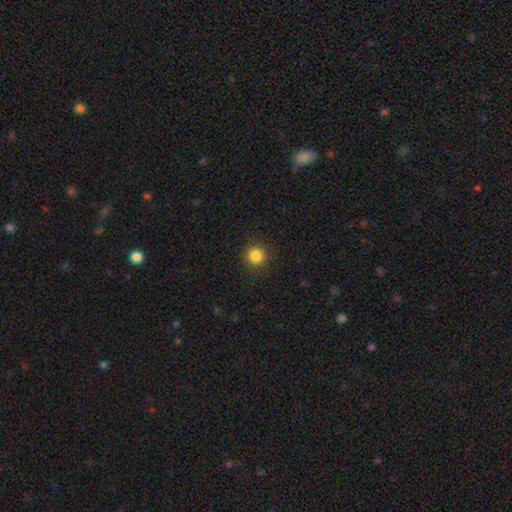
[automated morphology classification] smooth-or-featured: smooth: 85% | star or artifact: 12% | featured or disk: 4%
  how-rounded: round: 95% | in between: 4% | cigar-shaped: 1%
  merging: none: 91% | minor disturbance: 5% | major disturbance: 2% | merger: 1%